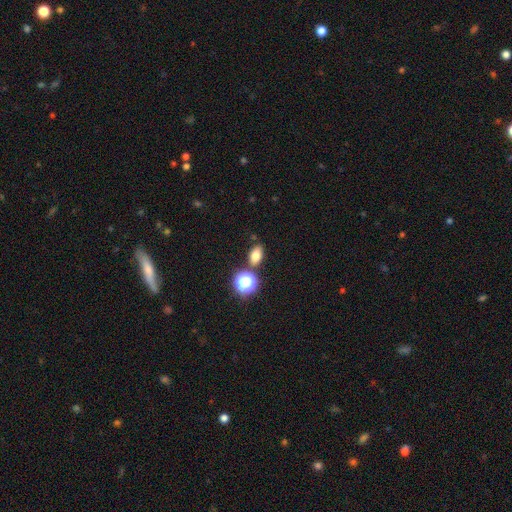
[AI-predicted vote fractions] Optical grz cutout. It shows a smooth galaxy with no disk features (75%) that is in between round and cigar-shaped (79%). Merging: none (78%).